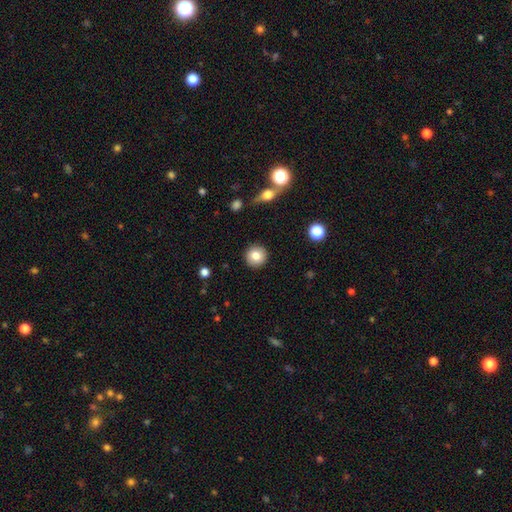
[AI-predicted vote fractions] smooth-or-featured: smooth: 82% | star or artifact: 9% | featured or disk: 9%
  how-rounded: round: 95% | in between: 4% | cigar-shaped: 1%
  merging: none: 92% | minor disturbance: 5% | major disturbance: 2% | merger: 1%